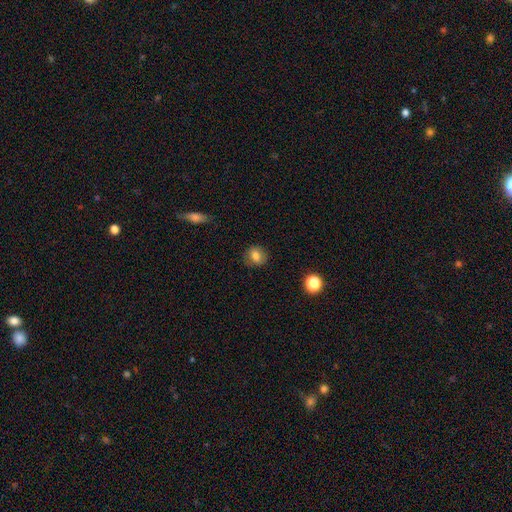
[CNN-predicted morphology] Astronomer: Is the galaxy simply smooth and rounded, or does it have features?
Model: smooth — 79%.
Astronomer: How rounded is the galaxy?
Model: round — 76%.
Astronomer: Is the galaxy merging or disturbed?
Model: none — 84%.